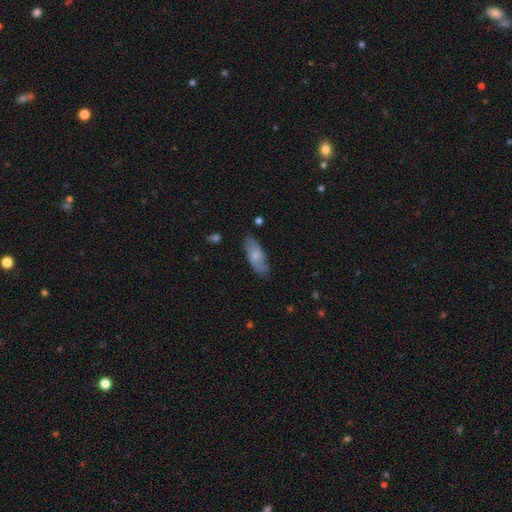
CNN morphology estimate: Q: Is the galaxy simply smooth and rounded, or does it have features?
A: smooth — 70%.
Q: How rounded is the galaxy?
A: in between — 76%.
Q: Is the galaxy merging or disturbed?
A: none — 77%.